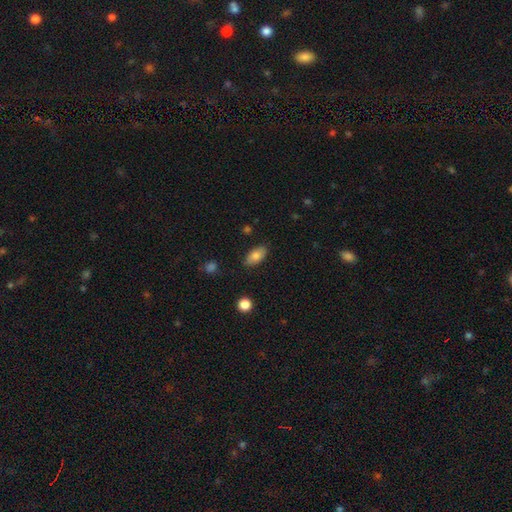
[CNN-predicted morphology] Overall: smooth (79%). How rounded: in between (91%). Merging: none (84%).